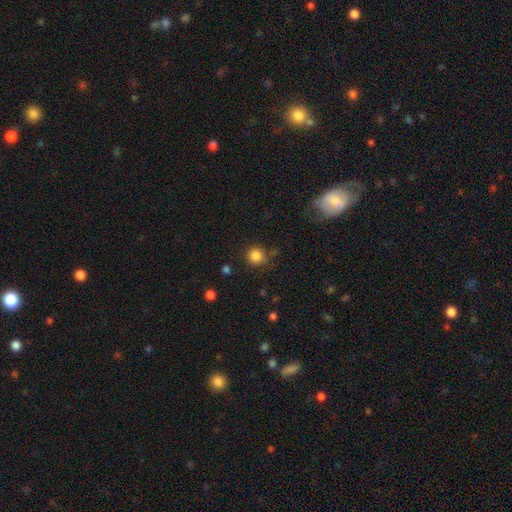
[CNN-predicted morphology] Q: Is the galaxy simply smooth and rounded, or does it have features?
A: smooth — 85%.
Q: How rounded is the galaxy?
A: round — 92%.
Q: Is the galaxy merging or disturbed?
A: none — 80%.